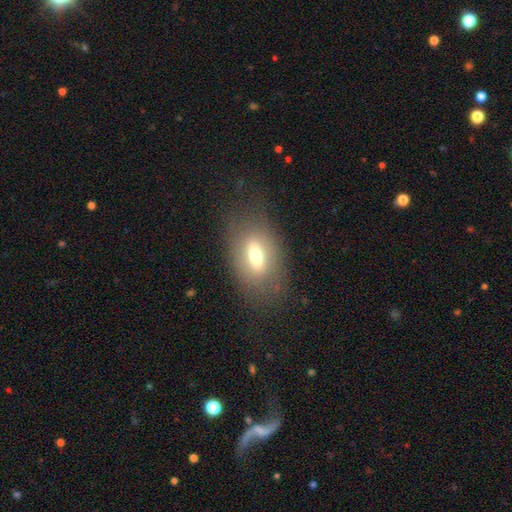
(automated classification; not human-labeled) Smooth or featured? smooth (55%)
How rounded? in between (82%)
Merging? none (75%)